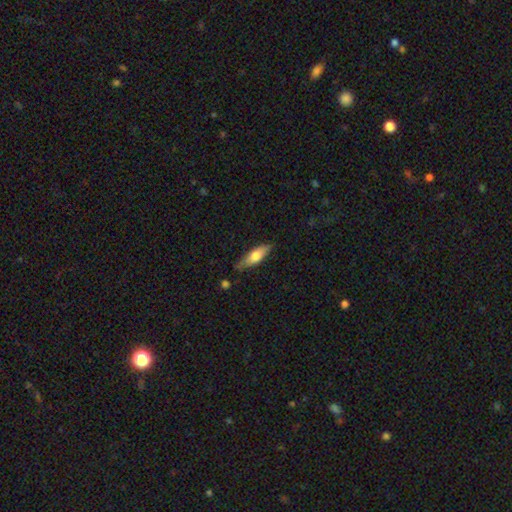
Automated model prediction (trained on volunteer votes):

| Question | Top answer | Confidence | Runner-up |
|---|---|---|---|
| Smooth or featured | smooth | 59% | featured or disk (36%) |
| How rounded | cigar-shaped | 49% | tied: in between (49%) |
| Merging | none | 73% | minor disturbance (21%) |